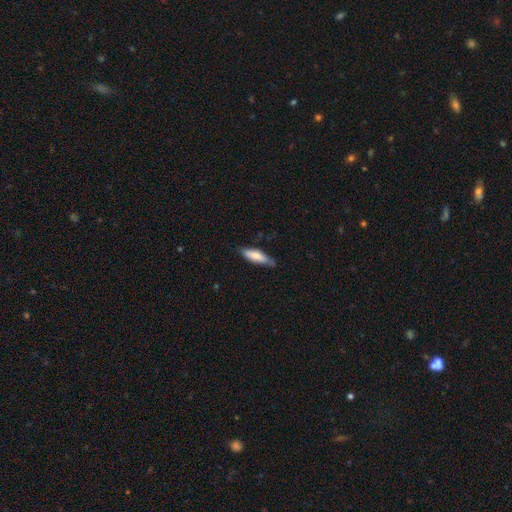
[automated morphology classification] This appears to be a smooth galaxy with no disk features (75%) that is cigar-shaped (59%). Merging: none (68%).